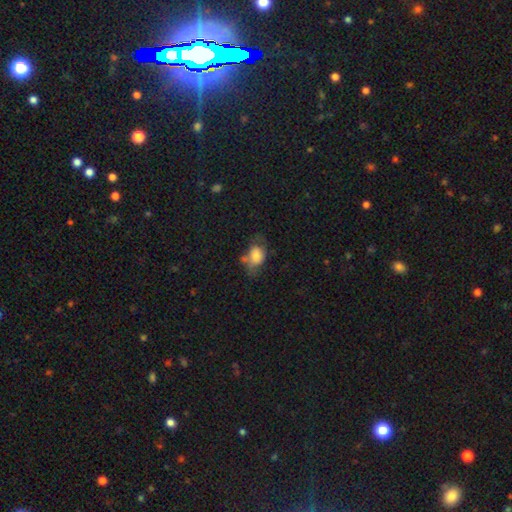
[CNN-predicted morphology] Smooth or featured? Predicted: smooth (p=0.74). How rounded? Predicted: in between (p=0.71). Merging? Predicted: none (p=0.38).